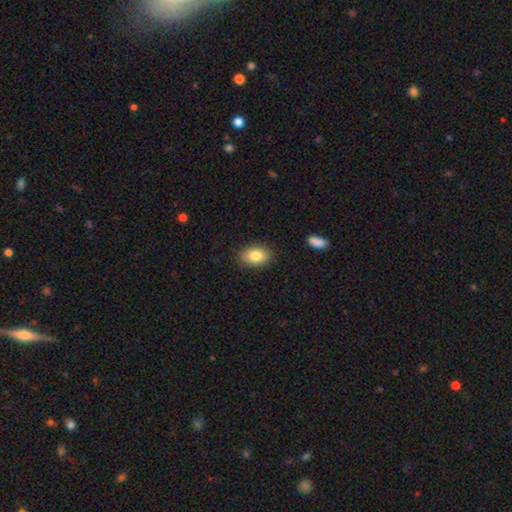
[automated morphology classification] Smooth or featured? Predicted: smooth (p=0.83). How rounded? Predicted: in between (p=0.87). Merging? Predicted: none (p=0.87).